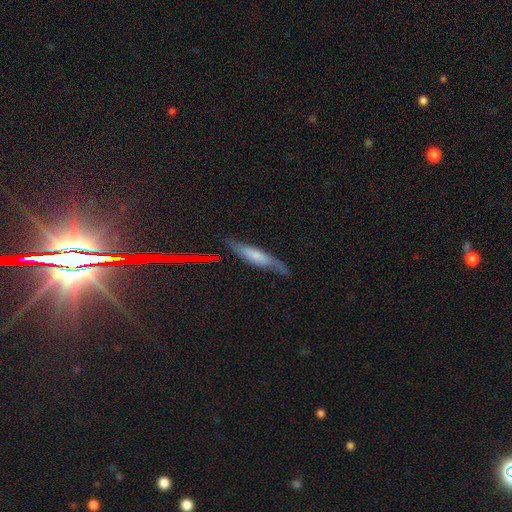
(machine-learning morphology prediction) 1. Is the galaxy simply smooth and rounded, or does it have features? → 50% smooth, 40% featured or disk, 10% star or artifact.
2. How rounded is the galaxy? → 82% cigar-shaped, 16% in between, 2% round.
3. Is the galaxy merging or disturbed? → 75% none, 19% minor disturbance, 4% major disturbance, 2% merger.